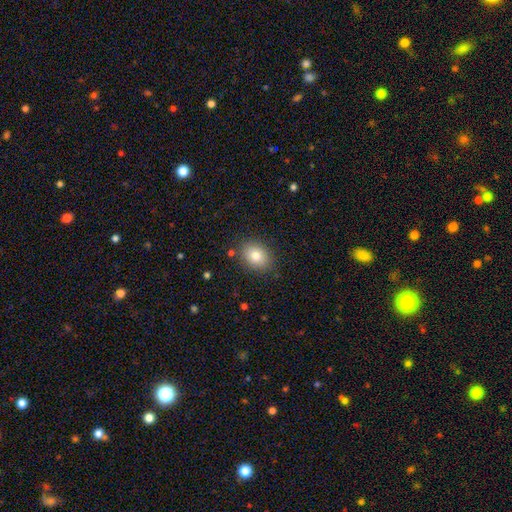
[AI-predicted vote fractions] smooth 79%, featured or disk 11%, star or artifact 10%. Down the decision tree: how rounded — in between (60%); merging — none (85%).